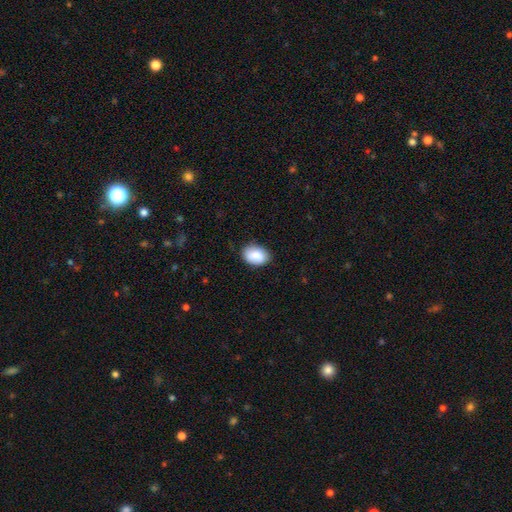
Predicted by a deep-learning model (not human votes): A smooth galaxy with no disk features (86%) that is in between round and cigar-shaped (82%). Merging: none (81%).